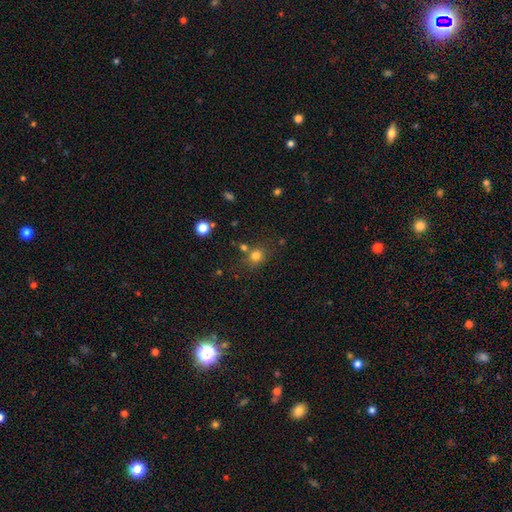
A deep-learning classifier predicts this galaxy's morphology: Smooth or featured: smooth — 78% (star or artifact — 15%)
How rounded: round — 78% (in between — 21%)
Merging: none — 69% (merger — 14%)